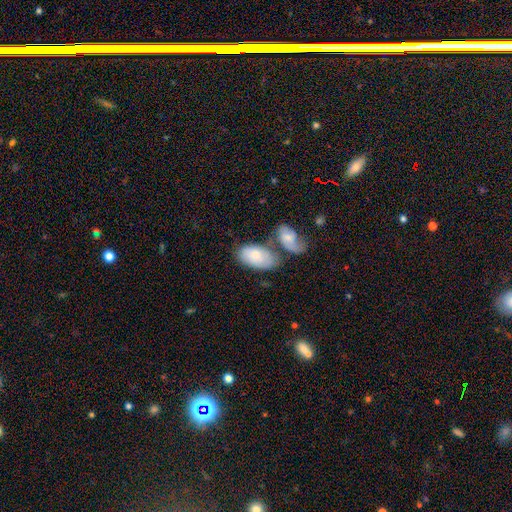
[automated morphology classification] Overall: smooth (68%). How rounded: in between (94%). Merging: none (40%; merger 35%).